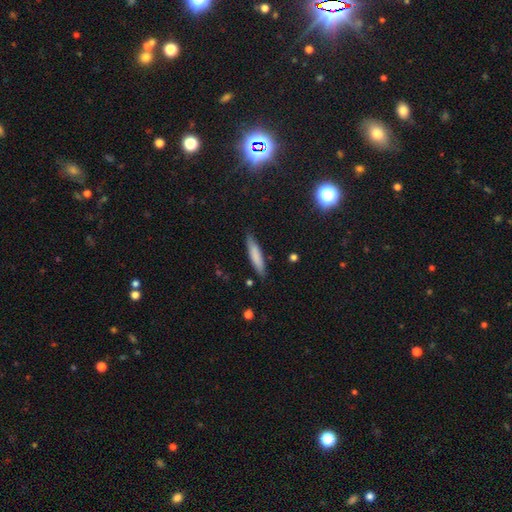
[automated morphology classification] Overall: smooth (78%). How rounded: cigar-shaped (83%). Merging: none (83%).